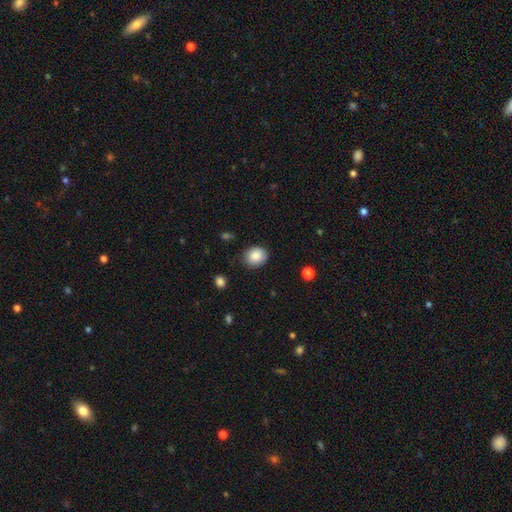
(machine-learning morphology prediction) Smooth or featured? smooth (87%)
How rounded? round (59%)
Merging? none (80%)